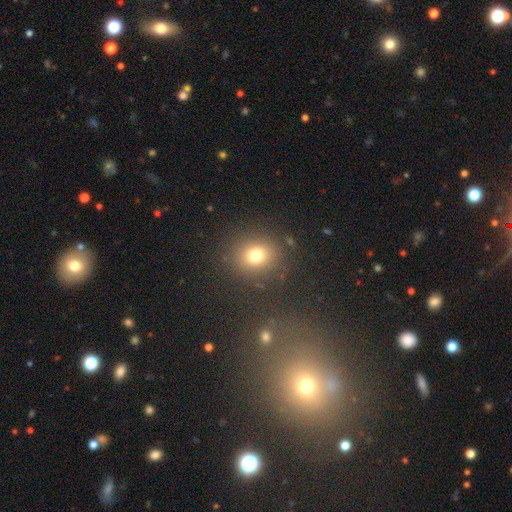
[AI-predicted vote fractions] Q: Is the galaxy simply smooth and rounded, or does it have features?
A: smooth — 74%.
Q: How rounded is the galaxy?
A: round — 76%.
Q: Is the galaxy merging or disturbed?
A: none — 84%.